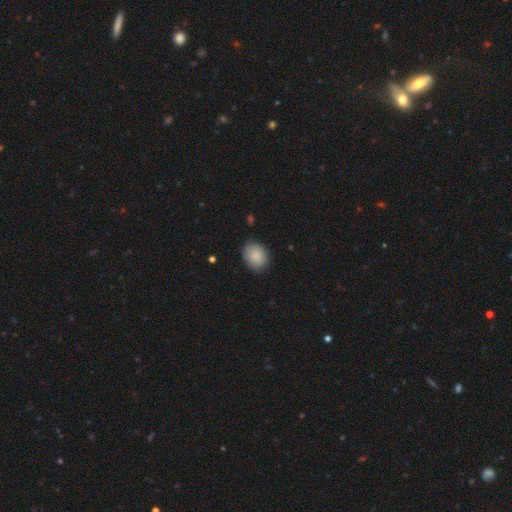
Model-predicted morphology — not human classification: This is clearly a smooth galaxy (87%). How rounded: possibly in between (55%). Merging: clearly none (82%).